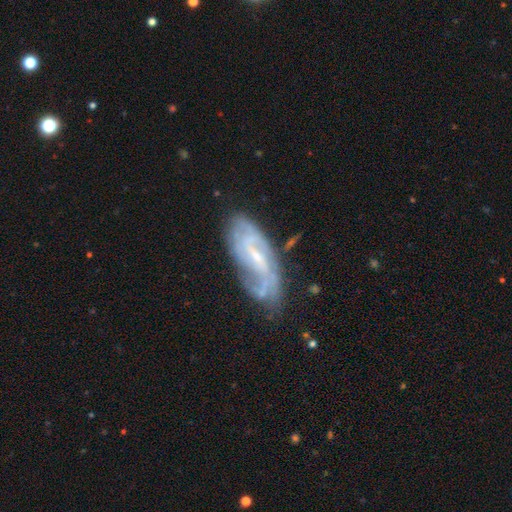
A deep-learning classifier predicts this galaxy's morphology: Q: Smooth or featured?
A: featured or disk (81%); runner-up: smooth (12%)
Q: Edge-on disk?
A: no (92%); runner-up: yes (8%)
Q: Bar?
A: weak (53%); runner-up: no (24%)
Q: Spiral arms?
A: yes (90%); runner-up: no (10%)
Q: Spiral winding?
A: tight (42%); runner-up: medium (41%)
Q: Spiral arm count?
A: 2 (44%); runner-up: can't tell (33%)
Q: Bulge size?
A: small (66%); runner-up: moderate (24%)
Q: Merging?
A: none (59%); runner-up: minor disturbance (26%)